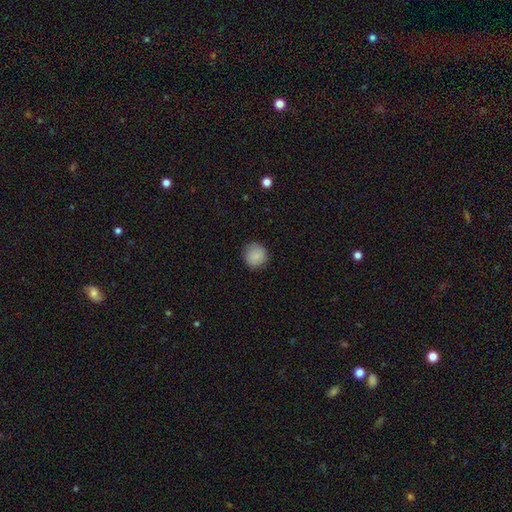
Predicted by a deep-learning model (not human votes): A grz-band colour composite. It shows a smooth galaxy with no disk features (88%) that is round (92%). Merging: none (87%).